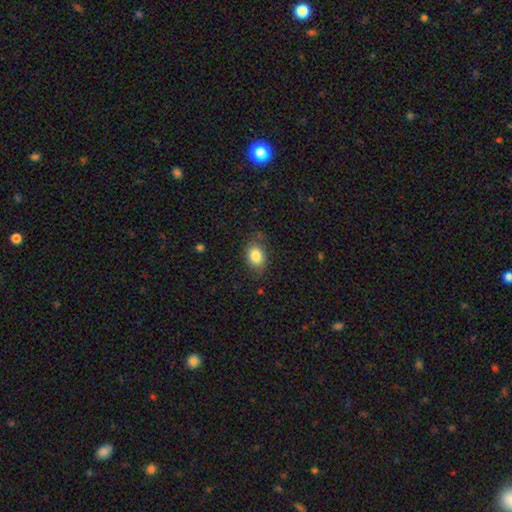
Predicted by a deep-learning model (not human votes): smooth-or-featured: smooth: 84% | star or artifact: 9% | featured or disk: 7%
  how-rounded: in between: 64% | round: 35% | cigar-shaped: 1%
  merging: none: 78% | minor disturbance: 16% | major disturbance: 4% | merger: 1%